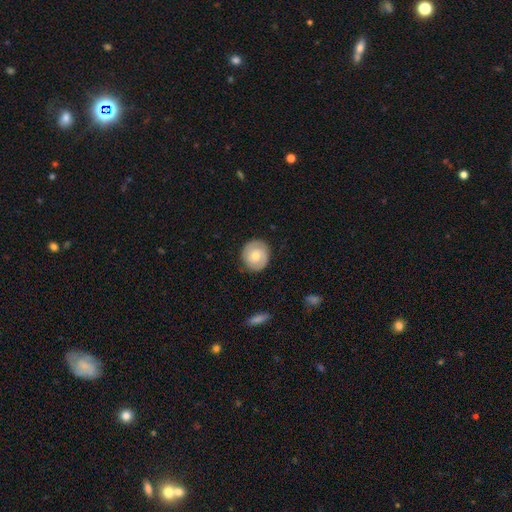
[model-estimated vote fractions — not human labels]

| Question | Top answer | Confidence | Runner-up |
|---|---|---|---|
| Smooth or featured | featured or disk | 57% | smooth (37%) |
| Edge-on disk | no | 97% | yes (3%) |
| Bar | no | 69% | weak (26%) |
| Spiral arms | yes | 84% | no (16%) |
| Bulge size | moderate | 58% | small (37%) |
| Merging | none | 84% | minor disturbance (11%) |